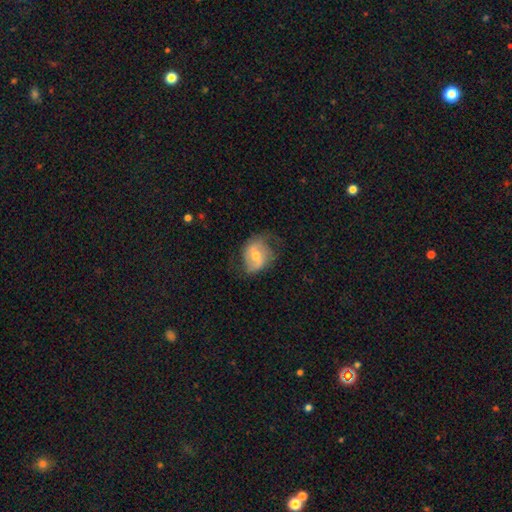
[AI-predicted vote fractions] smooth-or-featured: featured or disk: 58% | smooth: 34% | star or artifact: 8%
  disk-edge-on: no: 96% | yes: 4%
    bar: no: 43% | weak: 41% | strong: 16%
    has-spiral-arms: yes: 79% | no: 21%
    bulge-size: moderate: 64% | small: 30% | large: 3% | none: 1% | dominant: 1%
  merging: none: 58% | minor disturbance: 27% | major disturbance: 14% | merger: 1%